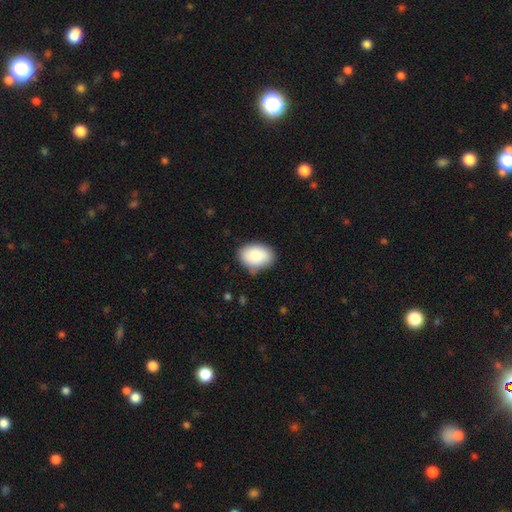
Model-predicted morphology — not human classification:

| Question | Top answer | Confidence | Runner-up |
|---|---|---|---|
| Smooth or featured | smooth | 88% | star or artifact (6%) |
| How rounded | in between | 87% | round (12%) |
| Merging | none | 77% | minor disturbance (18%) |